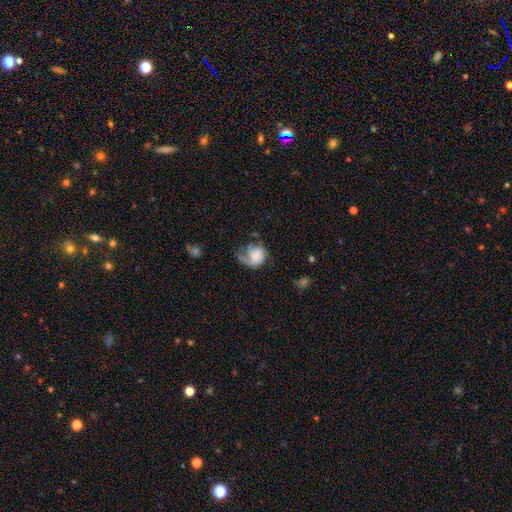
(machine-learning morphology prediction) smooth-or-featured: smooth: 50% | featured or disk: 42% | star or artifact: 8%
  how-rounded: round: 61% | in between: 38% | cigar-shaped: 1%
  merging: major disturbance: 41% | none: 29% | minor disturbance: 27% | merger: 3%